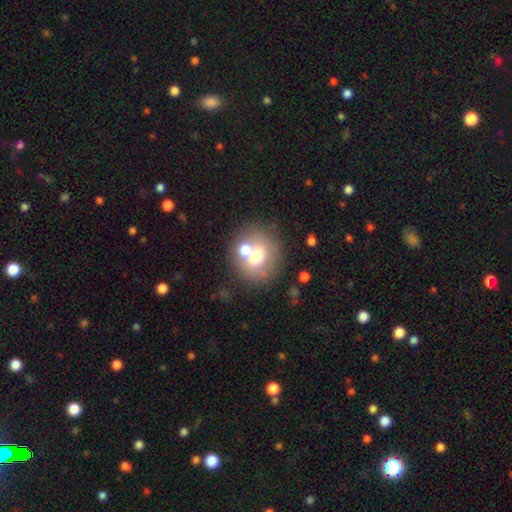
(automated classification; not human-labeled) smooth 63%, featured or disk 24%, star or artifact 13%. Down the decision tree: how rounded — round (82%); merging — none (59%).